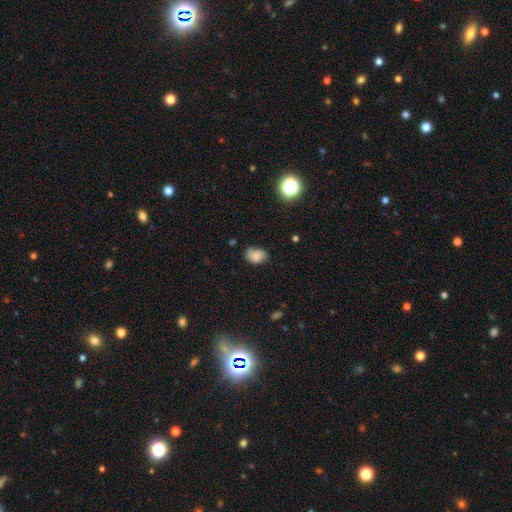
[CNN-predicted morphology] Smooth or featured? smooth (66%)
How rounded? in between (74%)
Merging? none (58%)